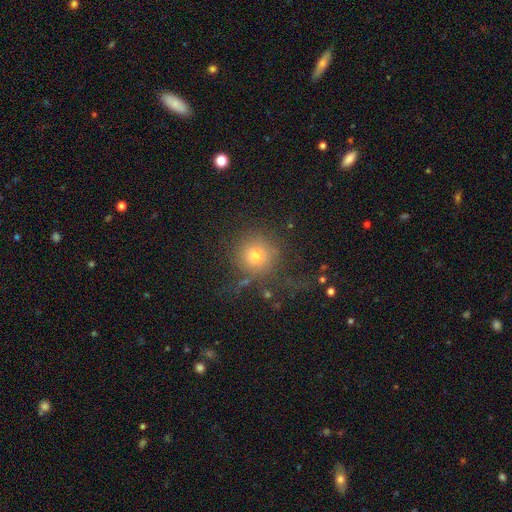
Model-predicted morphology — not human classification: Smooth or featured? Predicted: smooth (p=0.71). How rounded? Predicted: round (p=0.93). Merging? Predicted: none (p=0.68).